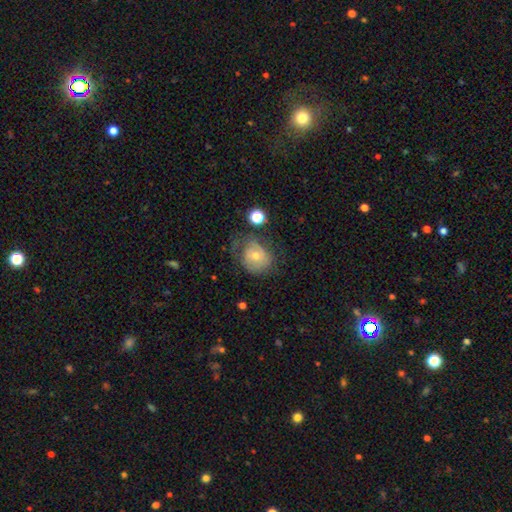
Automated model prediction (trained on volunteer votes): This appears to be a smooth galaxy with no disk features (47%). Merging: none (44%).